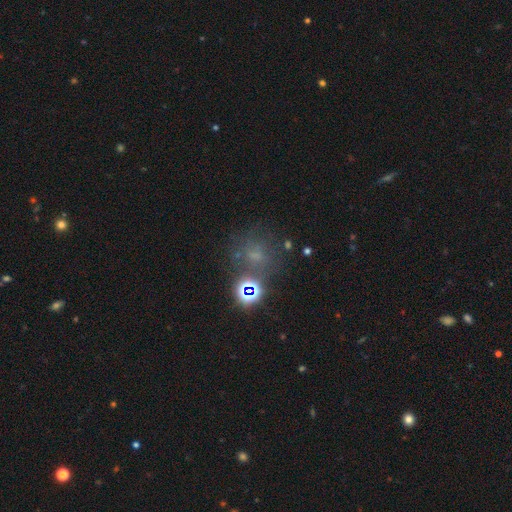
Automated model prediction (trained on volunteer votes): Smooth or featured: smooth — 43% (star or artifact — 38%)
Merging: none — 60% (minor disturbance — 17%)